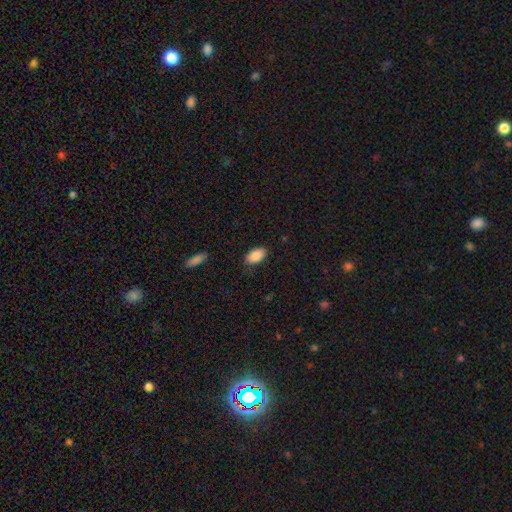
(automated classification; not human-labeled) A smooth galaxy with no disk features (89%) that is in between round and cigar-shaped (94%). Merging: none (85%).